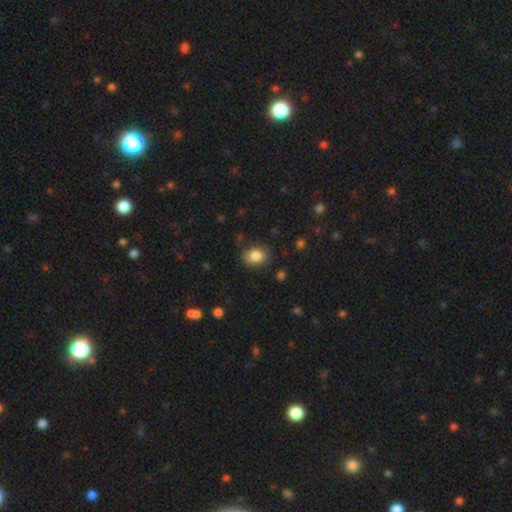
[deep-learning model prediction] Smooth or featured?
  - smooth: 84% *
  - star or artifact: 9%
  - featured or disk: 8%
How rounded?
  - in between: 59% *
  - round: 40%
  - cigar-shaped: 1%
Merging?
  - none: 76% *
  - minor disturbance: 17%
  - major disturbance: 5%
  - merger: 2%